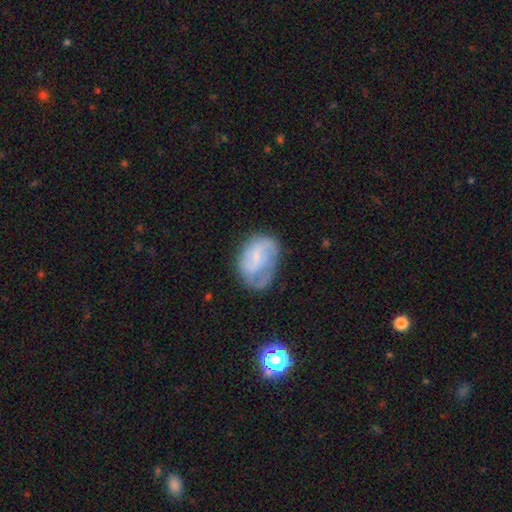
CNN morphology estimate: Smooth or featured: featured or disk — 56% (smooth — 35%)
Edge-on disk: no — 97% (yes — 3%)
Bar: no — 51% (weak — 40%)
Spiral arms: yes — 74% (no — 26%)
Bulge size: small — 65% (moderate — 17%)
Merging: none — 45% (minor disturbance — 32%)